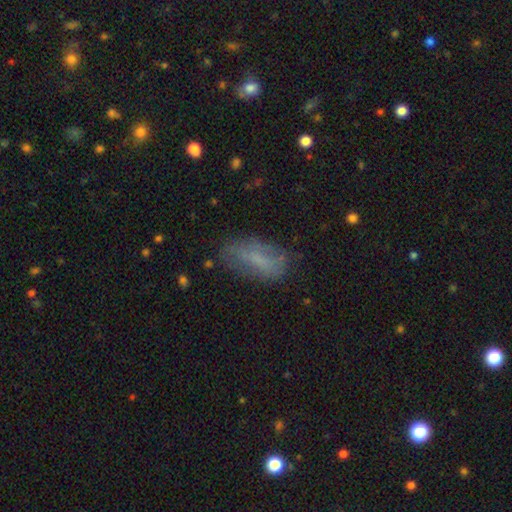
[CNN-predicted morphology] Smooth or featured?
  - smooth: 65% *
  - featured or disk: 26%
  - star or artifact: 9%
How rounded?
  - in between: 81% *
  - cigar-shaped: 16%
  - round: 3%
Merging?
  - none: 62% *
  - minor disturbance: 24%
  - major disturbance: 11%
  - merger: 2%